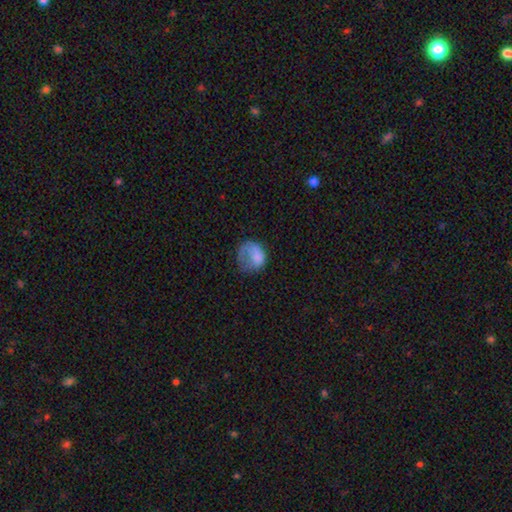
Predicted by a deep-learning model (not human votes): This is likely a smooth galaxy (69%). How rounded: likely round (61%). Merging: marginally major disturbance (41%).